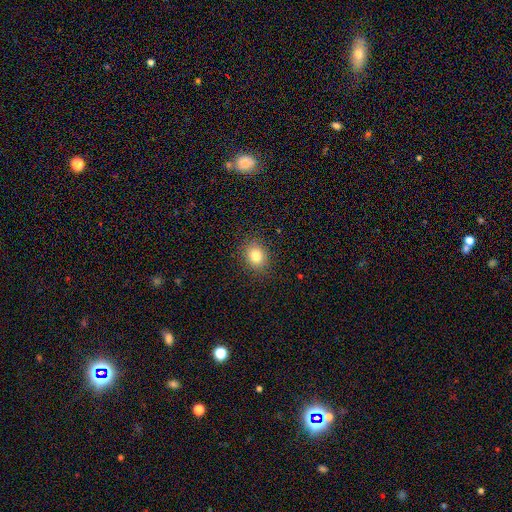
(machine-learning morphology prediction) type=smooth (82%); roundness=round (60%); merging=none (89%).